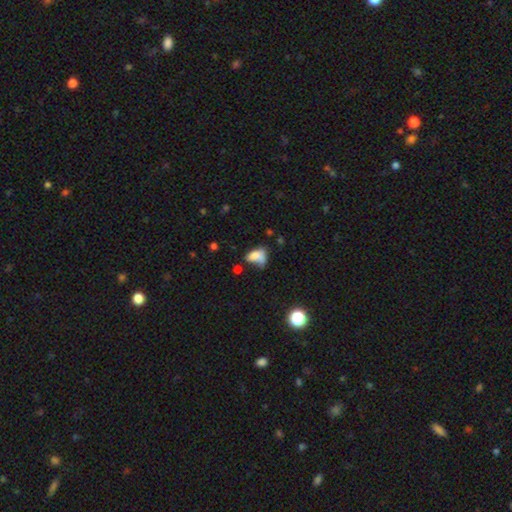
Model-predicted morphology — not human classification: This is likely a smooth galaxy (68%). How rounded: clearly in between (83%). Merging: marginally major disturbance (31%).